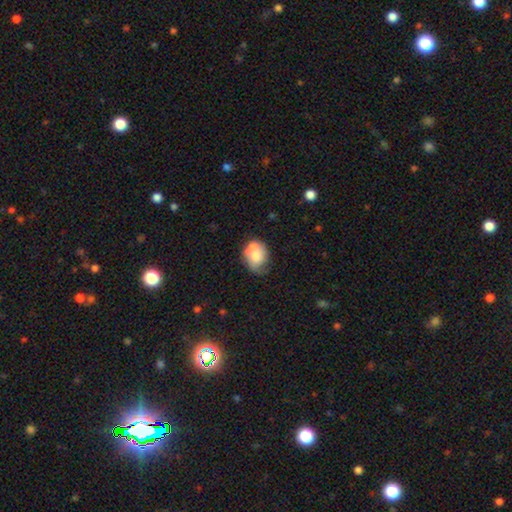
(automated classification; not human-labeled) Smooth or featured: smooth — 61% (featured or disk — 31%)
How rounded: in between — 50% (round — 49%)
Merging: merger — 41% (none — 32%)